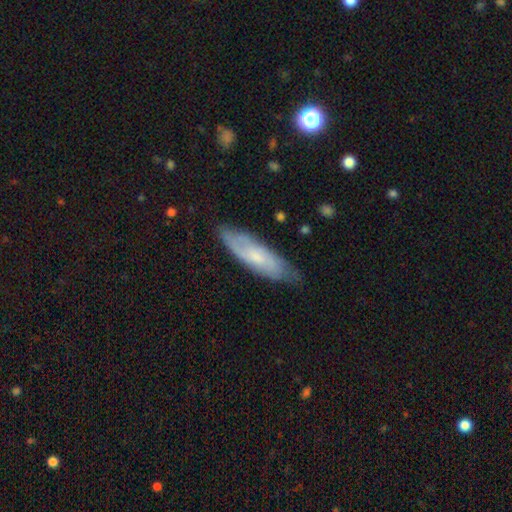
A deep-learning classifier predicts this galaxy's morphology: The model was most divided on "smooth or featured": smooth: 47%, featured or disk: 46%, star or artifact: 6%. More confident: merging — none (72%).